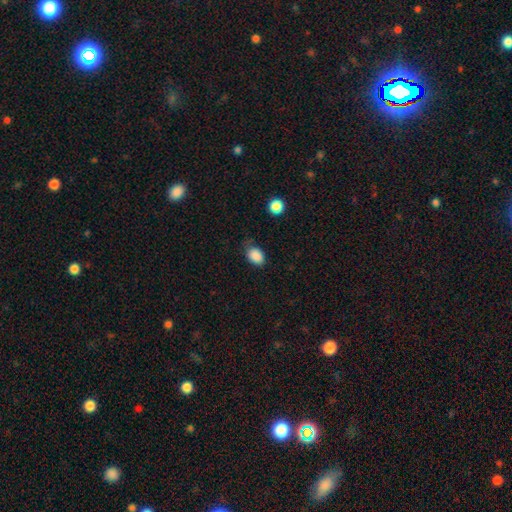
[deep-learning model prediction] A smooth galaxy with no disk features (87%) that is in between round and cigar-shaped (77%). Merging: none (66%).